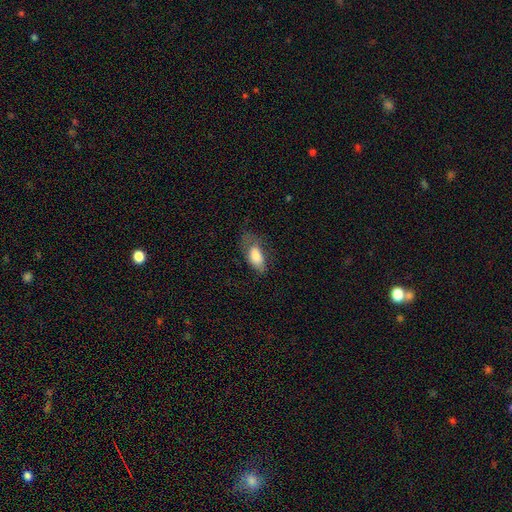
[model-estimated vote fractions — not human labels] smooth-or-featured: smooth: 78% | featured or disk: 15% | star or artifact: 7%
  how-rounded: in between: 88% | cigar-shaped: 9% | round: 3%
  merging: none: 42% | minor disturbance: 31% | major disturbance: 25% | merger: 2%